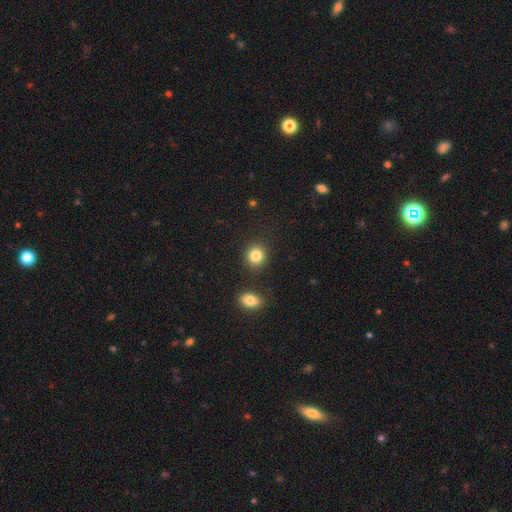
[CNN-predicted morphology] Smooth or featured?
  - smooth: 85% *
  - star or artifact: 10%
  - featured or disk: 5%
How rounded?
  - round: 80% *
  - in between: 19%
  - cigar-shaped: 1%
Merging?
  - none: 84% *
  - minor disturbance: 8%
  - merger: 5%
  - major disturbance: 3%